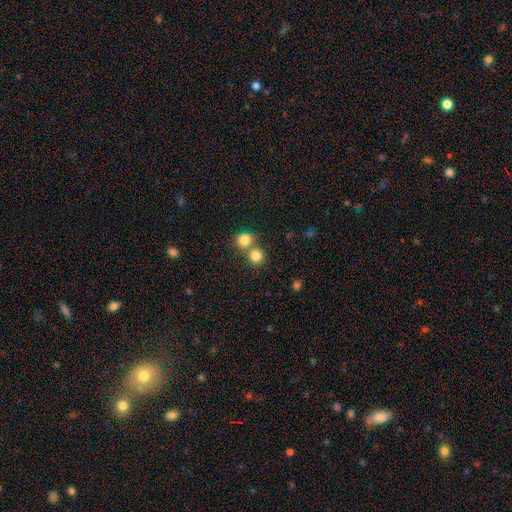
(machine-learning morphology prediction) Smooth or featured?
  - smooth: 82% *
  - star or artifact: 11%
  - featured or disk: 7%
How rounded?
  - round: 89% *
  - in between: 11%
  - cigar-shaped: 1%
Merging?
  - none: 51% *
  - merger: 41%
  - minor disturbance: 6%
  - major disturbance: 2%